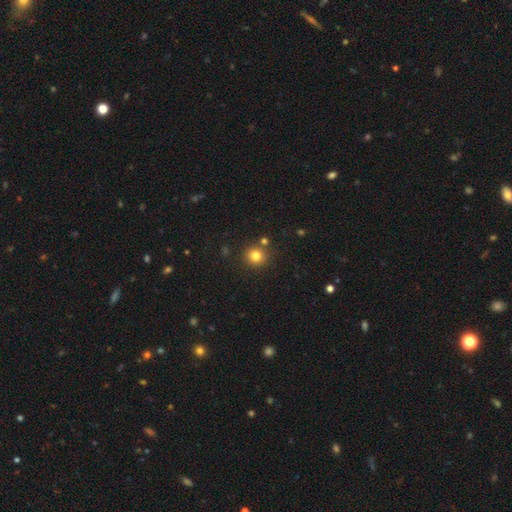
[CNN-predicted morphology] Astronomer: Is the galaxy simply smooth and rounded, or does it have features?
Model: smooth — 81%.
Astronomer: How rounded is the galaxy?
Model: round — 92%.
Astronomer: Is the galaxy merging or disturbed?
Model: none — 83%.